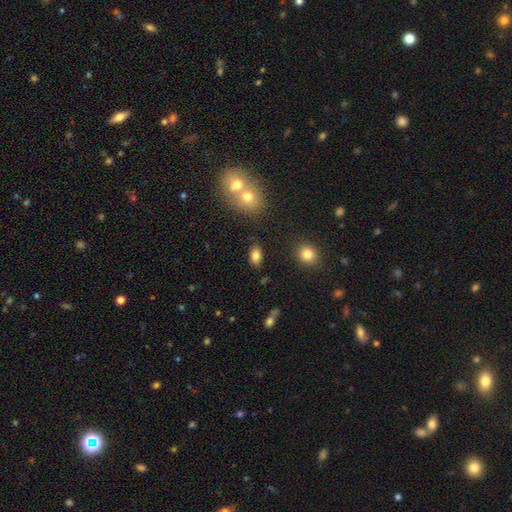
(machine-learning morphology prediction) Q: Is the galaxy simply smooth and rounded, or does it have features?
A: smooth — 83%.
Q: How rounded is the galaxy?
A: in between — 85%.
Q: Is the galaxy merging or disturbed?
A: none — 82%.